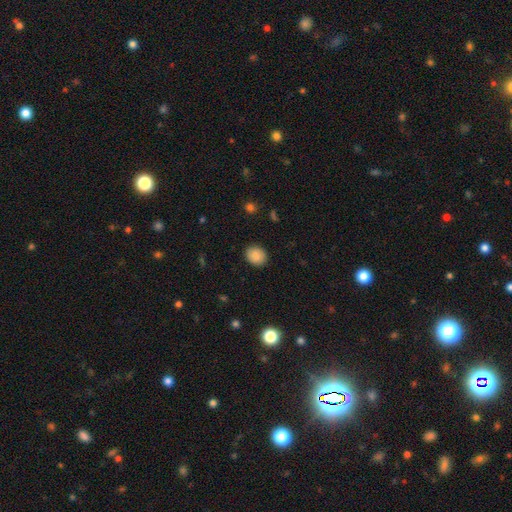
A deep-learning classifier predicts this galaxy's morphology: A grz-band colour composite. It shows a smooth galaxy with no disk features (87%) that is round (65%). Merging: none (89%).